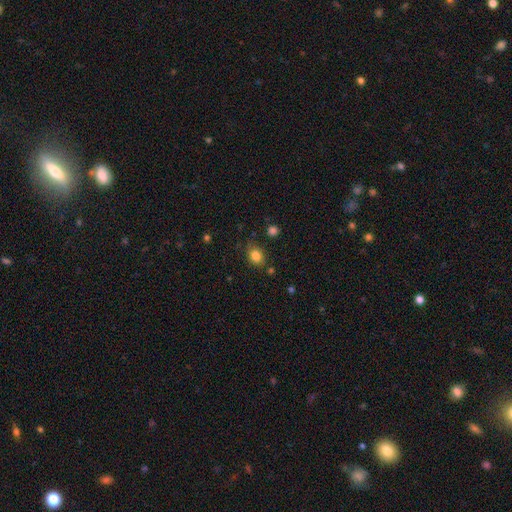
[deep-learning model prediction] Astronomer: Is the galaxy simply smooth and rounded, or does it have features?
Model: smooth — 83%.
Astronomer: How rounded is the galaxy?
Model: in between — 52% (runner-up: round, 47%).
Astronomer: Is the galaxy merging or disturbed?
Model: none — 78%.